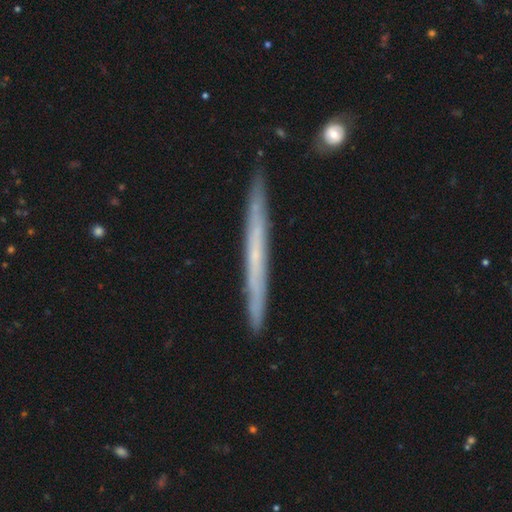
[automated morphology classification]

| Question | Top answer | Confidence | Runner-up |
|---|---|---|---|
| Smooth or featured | featured or disk | 60% | smooth (33%) |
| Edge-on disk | yes | 95% | no (5%) |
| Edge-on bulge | none | 88% | rounded (9%) |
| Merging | none | 89% | minor disturbance (9%) |